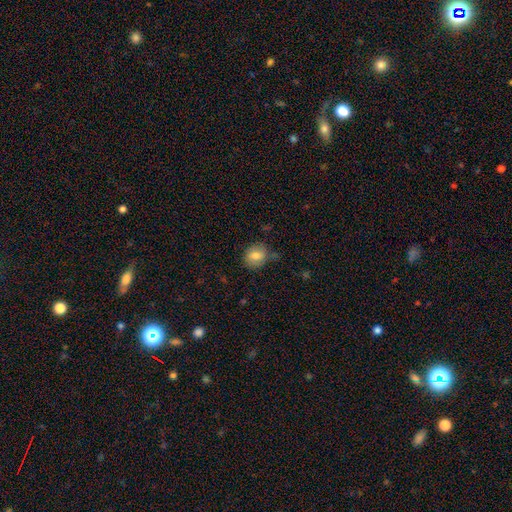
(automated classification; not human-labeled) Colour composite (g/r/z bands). It shows a smooth galaxy with no disk features (79%) that is round (65%). Merging: none (73%).